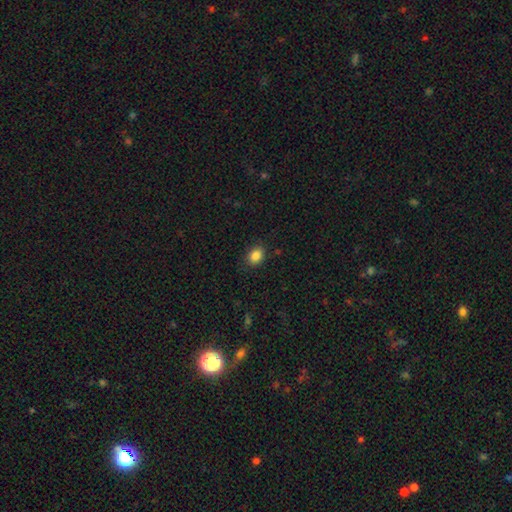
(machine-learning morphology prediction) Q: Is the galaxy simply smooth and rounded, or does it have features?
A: smooth — 85%.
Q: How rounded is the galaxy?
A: in between — 60%.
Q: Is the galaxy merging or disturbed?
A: none — 86%.